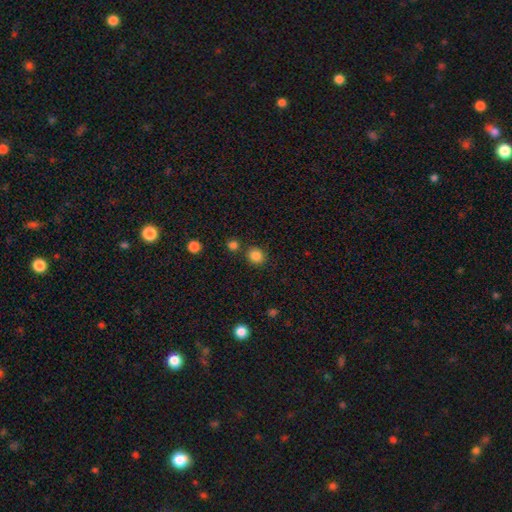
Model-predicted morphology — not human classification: This appears to be a smooth galaxy with no disk features (85%) that is round (82%). Merging: none (82%).